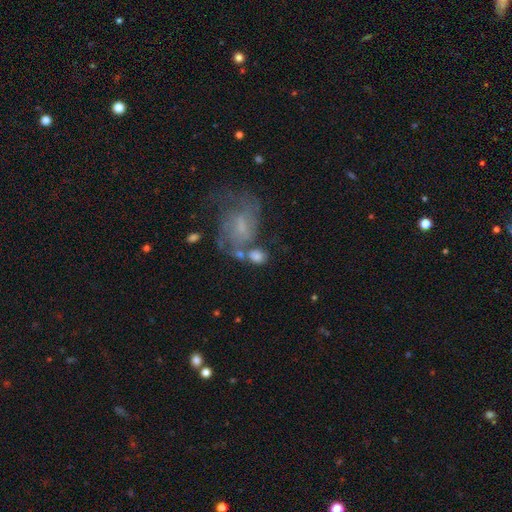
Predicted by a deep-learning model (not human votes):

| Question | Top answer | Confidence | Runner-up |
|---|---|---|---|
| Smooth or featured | smooth | 54% | featured or disk (33%) |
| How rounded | in between | 58% | round (39%) |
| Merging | none | 42% | merger (23%) |